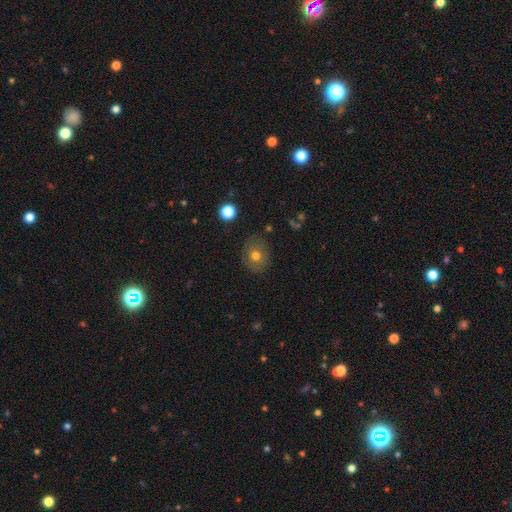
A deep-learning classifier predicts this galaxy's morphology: A smooth galaxy with no disk features (67%) that is round (68%).

Vote fractions:
- Smooth or featured? smooth: 67% / featured or disk: 22% / star or artifact: 12%
- How rounded? round: 68% / in between: 31% / cigar-shaped: 1%
- Merging? none: 80% / minor disturbance: 13% / major disturbance: 5% / merger: 2%